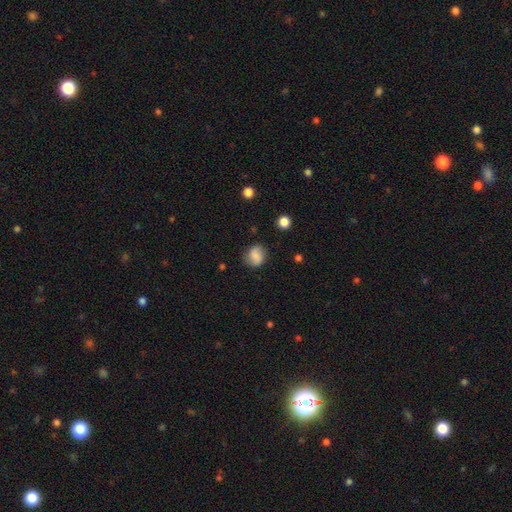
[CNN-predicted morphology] A smooth galaxy with no disk features (76%) that is round (66%).

Vote fractions:
- Smooth or featured? smooth: 76% / featured or disk: 15% / star or artifact: 9%
- How rounded? round: 66% / in between: 33% / cigar-shaped: 1%
- Merging? none: 77% / minor disturbance: 16% / major disturbance: 5% / merger: 2%